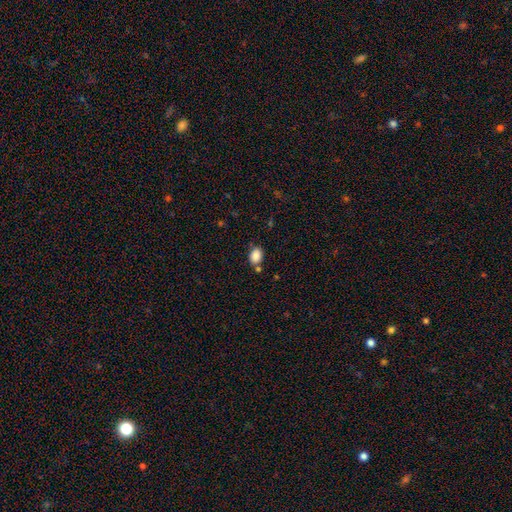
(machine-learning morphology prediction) smooth_or_featured: smooth (p=0.87) [alt: star or artifact p=0.09]
how_rounded: in between (p=0.69) [alt: round p=0.30]
merging: none (p=0.70) [alt: minor disturbance p=0.16]